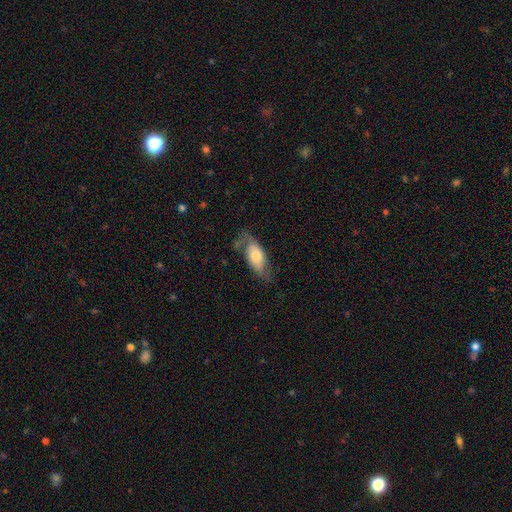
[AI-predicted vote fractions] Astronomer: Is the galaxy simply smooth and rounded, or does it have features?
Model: featured or disk — 48% (runner-up: smooth, 45%).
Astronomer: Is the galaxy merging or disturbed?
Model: none — 55%.